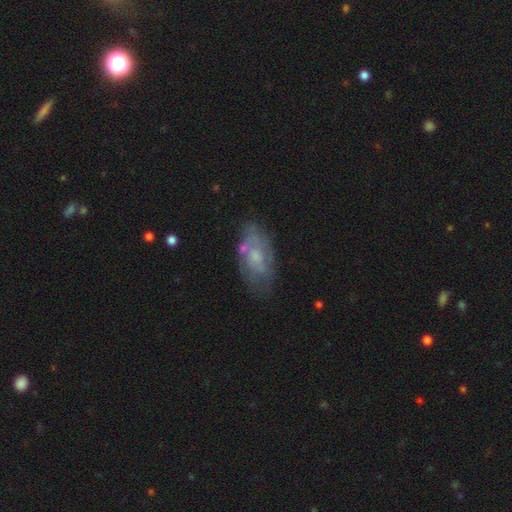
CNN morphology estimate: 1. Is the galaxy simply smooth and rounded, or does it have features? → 54% featured or disk, 37% smooth, 8% star or artifact.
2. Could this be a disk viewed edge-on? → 92% no, 8% yes.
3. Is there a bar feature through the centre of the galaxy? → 78% no, 19% weak, 3% strong.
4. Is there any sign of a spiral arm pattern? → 52% no, 48% yes.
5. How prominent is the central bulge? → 42% moderate, 40% small, 13% none, 4% large, 1% dominant.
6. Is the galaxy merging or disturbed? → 62% none, 23% minor disturbance, 9% major disturbance, 6% merger.